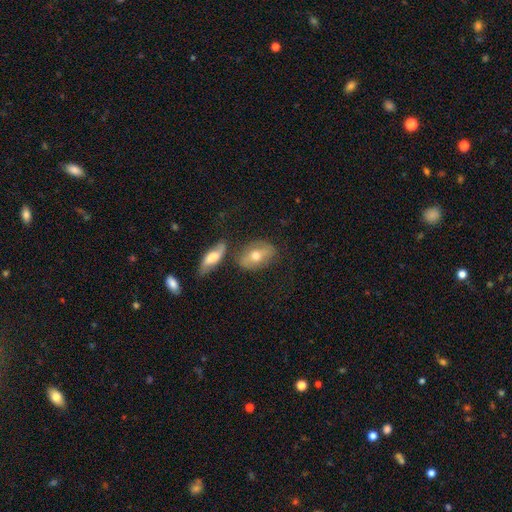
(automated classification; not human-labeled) Overall: smooth (53%; featured or disk 39%). How rounded: in between (83%). Merging: none (62%).